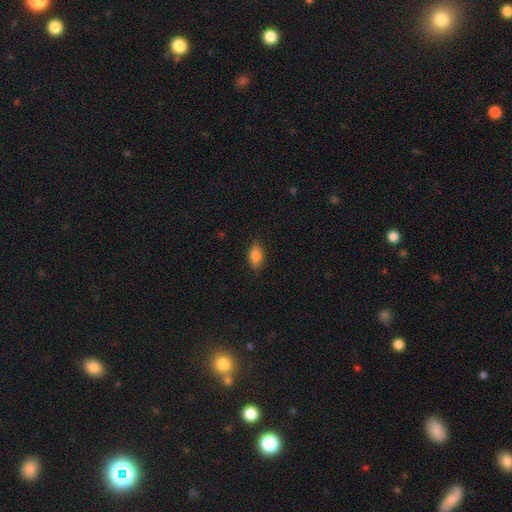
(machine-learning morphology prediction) Overall: smooth (78%). How rounded: in between (85%). Merging: none (83%).